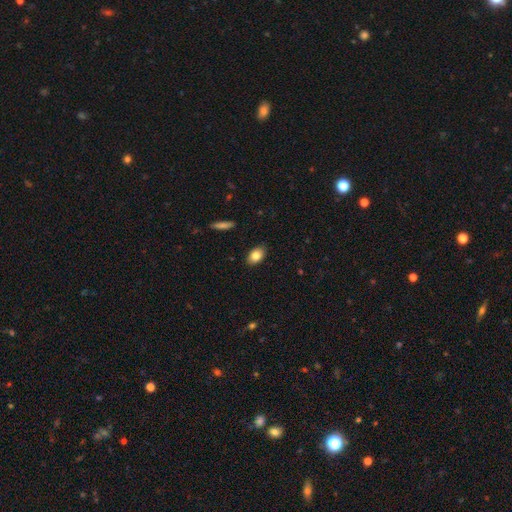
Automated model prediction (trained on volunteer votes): smooth-or-featured: smooth: 84% | featured or disk: 8% | star or artifact: 8%
  how-rounded: in between: 88% | round: 10% | cigar-shaped: 2%
  merging: none: 88% | minor disturbance: 9% | major disturbance: 2% | merger: 1%